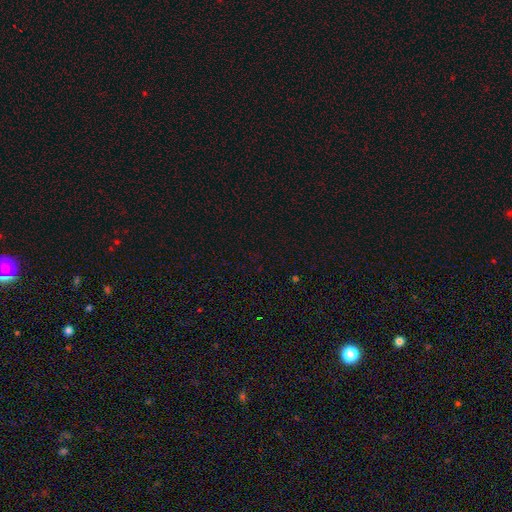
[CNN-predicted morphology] A star or artifact, not a galaxy (72%).

Vote fractions:
- Smooth or featured? star or artifact: 72% / smooth: 21% / featured or disk: 7%